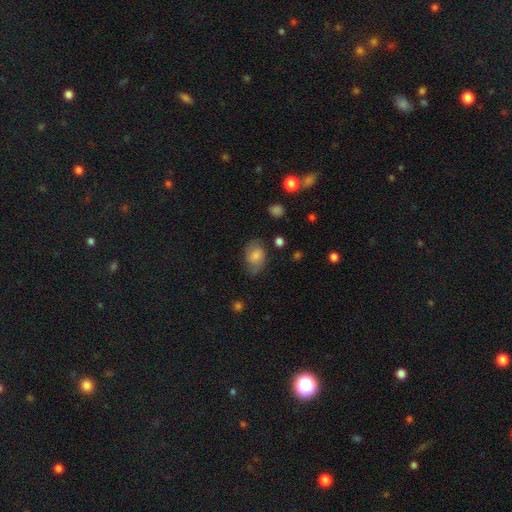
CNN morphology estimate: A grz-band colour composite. It shows a smooth galaxy with no disk features (70%) that is in between round and cigar-shaped (81%). Merging: none (64%).